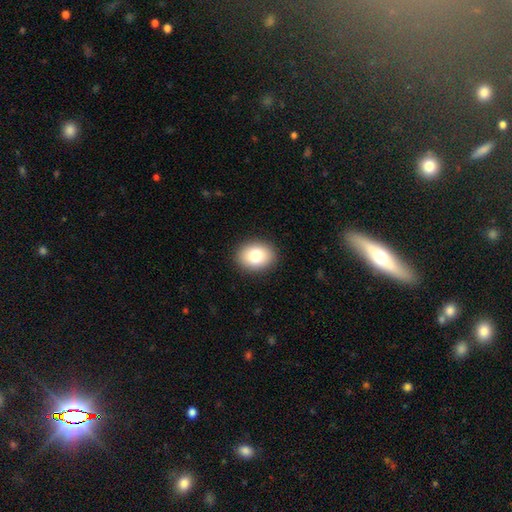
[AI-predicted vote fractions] A smooth galaxy with no disk features (81%) that is in between round and cigar-shaped (63%).

Vote fractions:
- Smooth or featured? smooth: 81% / featured or disk: 11% / star or artifact: 8%
- How rounded? in between: 63% / round: 36% / cigar-shaped: 1%
- Merging? none: 90% / minor disturbance: 7% / major disturbance: 2% / merger: 1%